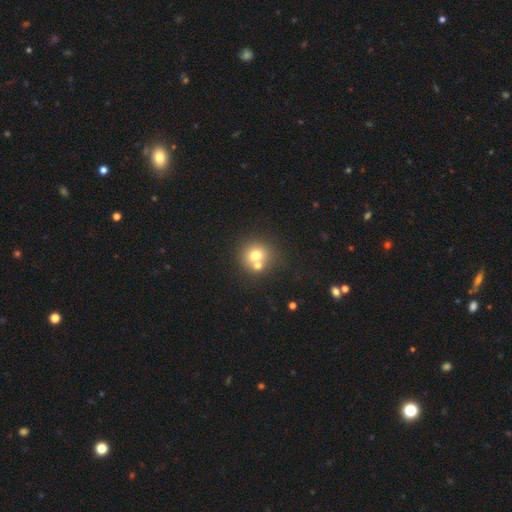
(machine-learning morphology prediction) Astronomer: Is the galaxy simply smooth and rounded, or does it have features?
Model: smooth — 70%.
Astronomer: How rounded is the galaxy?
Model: round — 88%.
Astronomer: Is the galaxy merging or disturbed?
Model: none — 47% (runner-up: merger, 43%).